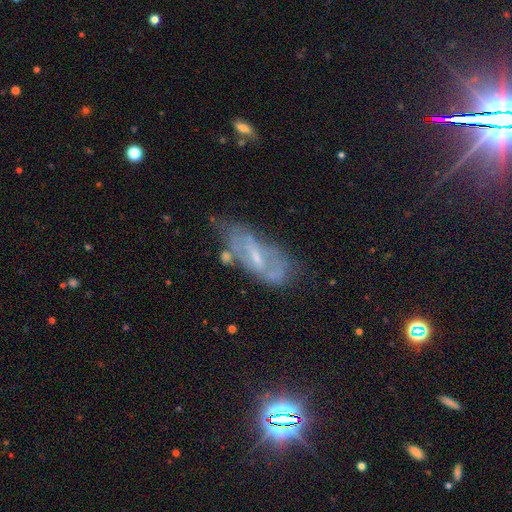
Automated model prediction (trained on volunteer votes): featured or disk 66%, smooth 23%, star or artifact 12%. Down the decision tree: edge-on disk — no (84%); bar — weak (47%); spiral arms — yes (55%); bulge size — small (57%); merging — none (50%).